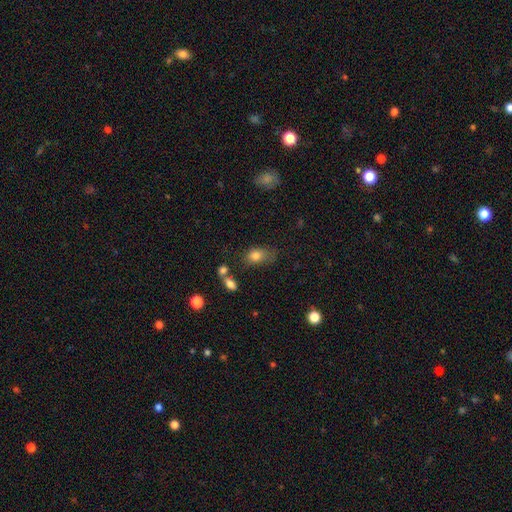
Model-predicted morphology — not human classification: This is likely a smooth galaxy (80%). How rounded: likely in between (80%). Merging: possibly none (53%).